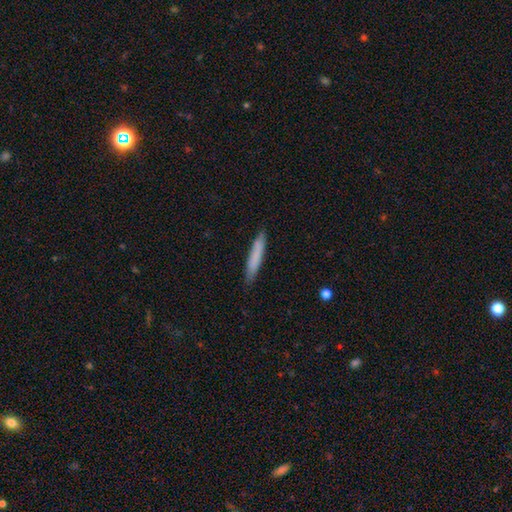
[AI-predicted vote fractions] smooth-or-featured: smooth: 78% | featured or disk: 16% | star or artifact: 6%
  how-rounded: cigar-shaped: 93% | in between: 5% | round: 1%
  merging: none: 86% | minor disturbance: 11% | major disturbance: 2% | merger: 1%